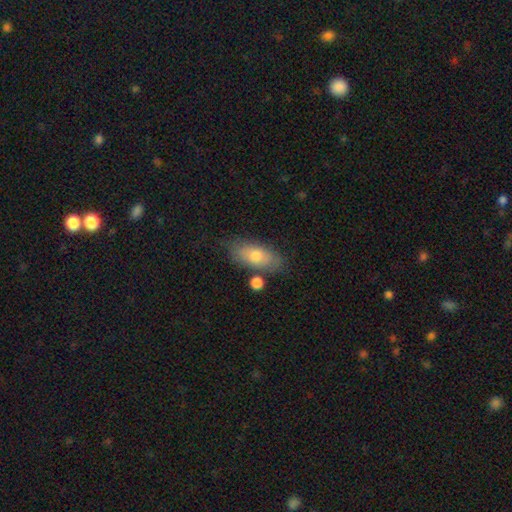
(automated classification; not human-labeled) A smooth galaxy with no disk features (72%) that is in between round and cigar-shaped (84%).

Vote fractions:
- Smooth or featured? smooth: 72% / featured or disk: 22% / star or artifact: 7%
- How rounded? in between: 84% / cigar-shaped: 12% / round: 5%
- Merging? none: 73% / minor disturbance: 16% / merger: 7% / major disturbance: 4%